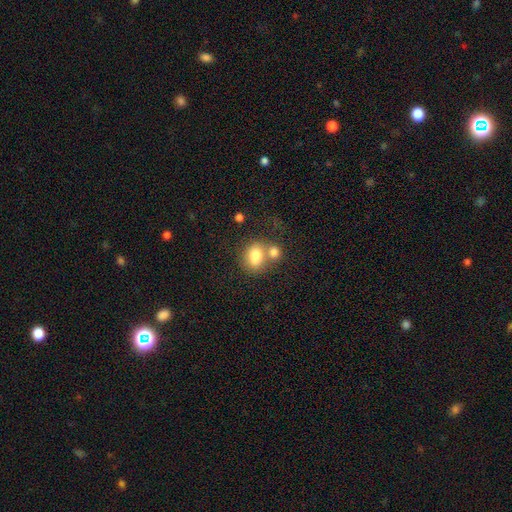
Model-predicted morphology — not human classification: smooth 77%, featured or disk 13%, star or artifact 10%. Down the decision tree: how rounded — round (52%); merging — merger (45%).